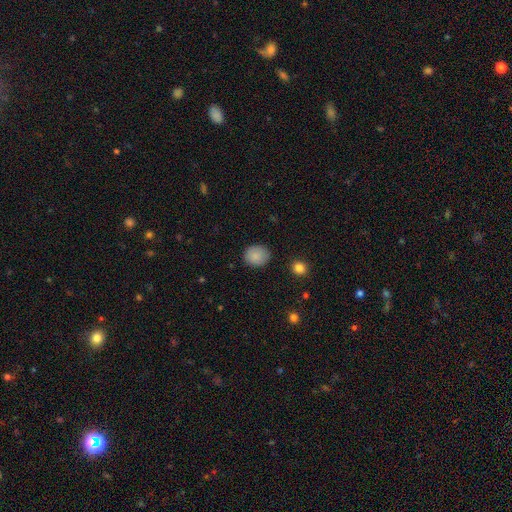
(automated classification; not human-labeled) Smooth or featured? smooth (87%)
How rounded? round (72%)
Merging? none (86%)